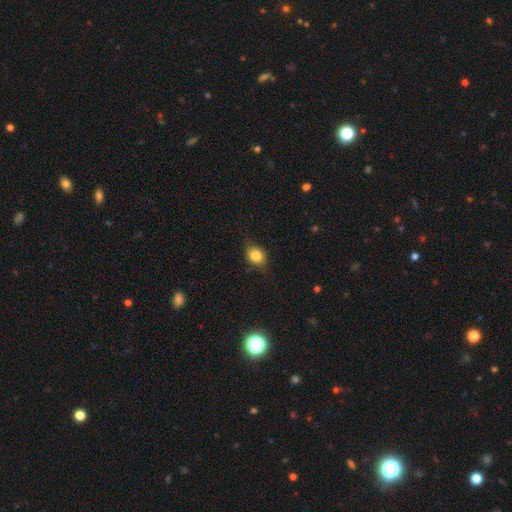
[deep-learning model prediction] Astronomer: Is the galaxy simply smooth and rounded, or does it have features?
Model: smooth — 77%.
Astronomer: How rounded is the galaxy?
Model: in between — 52% (runner-up: round, 46%).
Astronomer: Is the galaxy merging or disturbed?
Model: none — 70%.